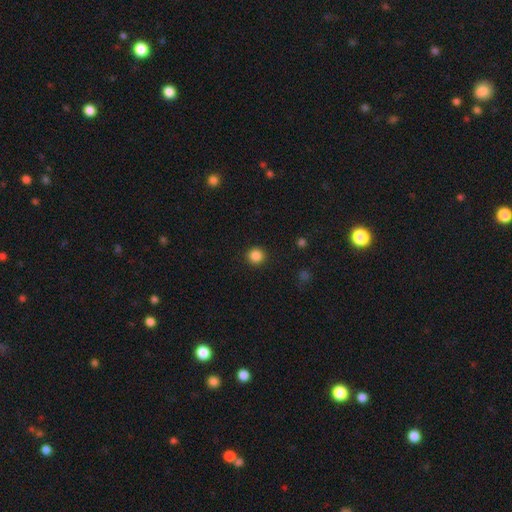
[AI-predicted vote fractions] smooth_or_featured: smooth (p=0.86) [alt: star or artifact p=0.11]
how_rounded: round (p=0.95) [alt: in between p=0.04]
merging: none (p=0.92) [alt: minor disturbance p=0.05]